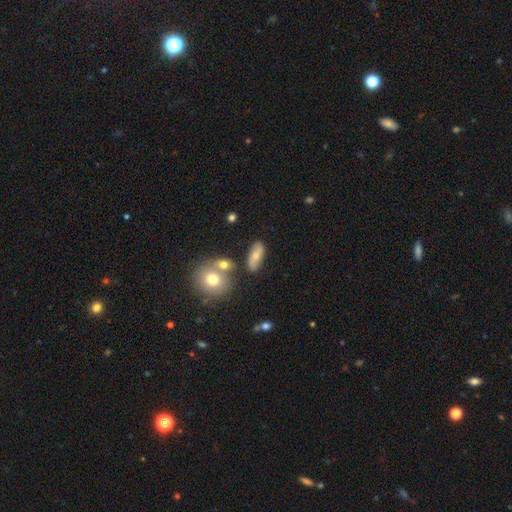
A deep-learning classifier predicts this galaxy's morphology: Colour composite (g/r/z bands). It shows a smooth galaxy with no disk features (62%) that is in between round and cigar-shaped (77%). Merging: none (74%).